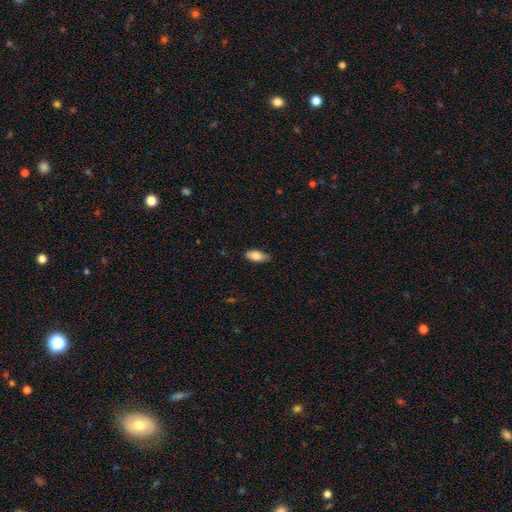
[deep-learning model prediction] Smooth or featured: smooth — 80% (featured or disk — 13%)
How rounded: in between — 84% (cigar-shaped — 13%)
Merging: none — 80% (minor disturbance — 17%)